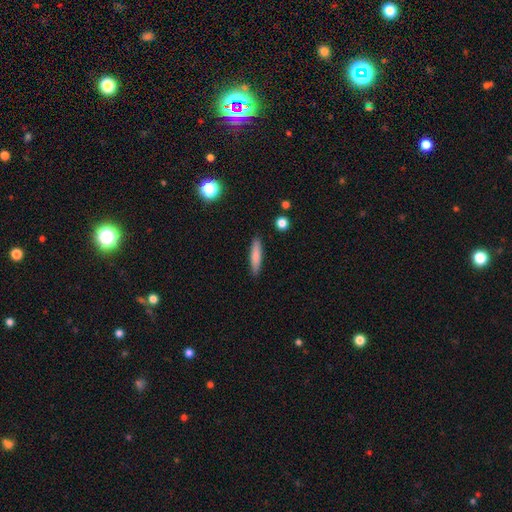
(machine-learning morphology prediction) smooth 79%, featured or disk 14%, star or artifact 7%. Down the decision tree: how rounded — cigar-shaped (83%); merging — none (89%).